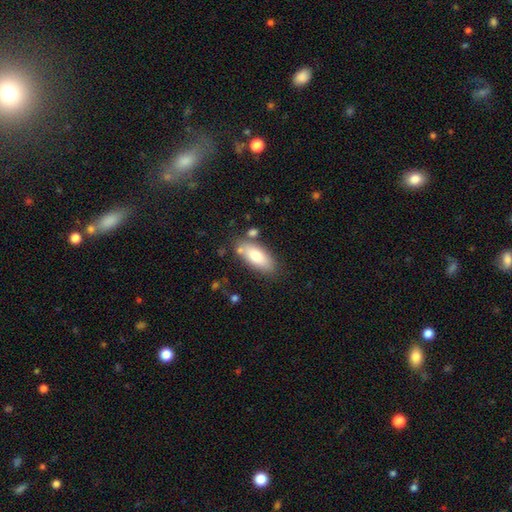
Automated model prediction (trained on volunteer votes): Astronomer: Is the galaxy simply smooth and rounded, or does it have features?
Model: smooth — 77%.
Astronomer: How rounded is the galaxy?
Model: in between — 83%.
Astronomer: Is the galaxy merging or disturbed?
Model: none — 74%.